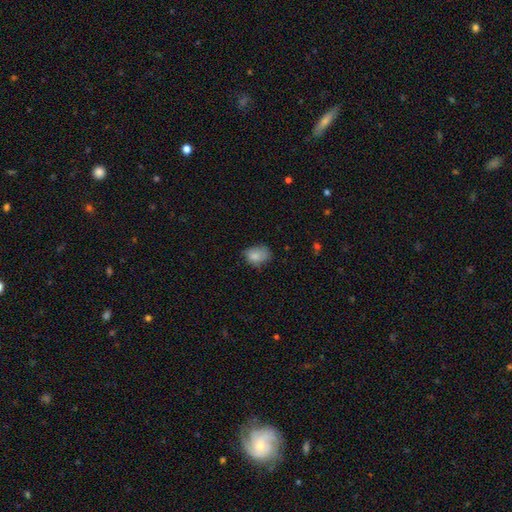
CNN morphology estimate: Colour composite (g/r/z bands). It shows a smooth galaxy with no disk features (81%) that is in between round and cigar-shaped (67%). Merging: none (53%).